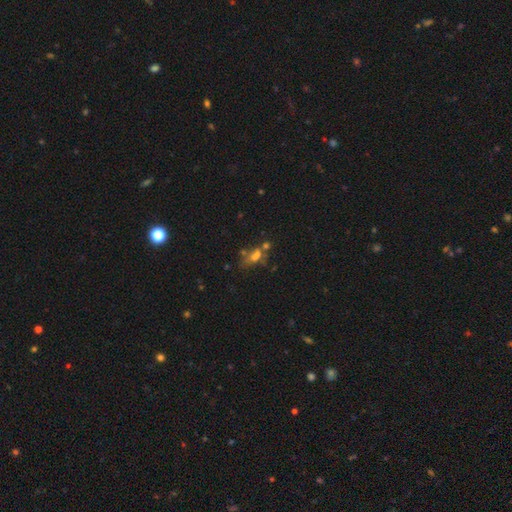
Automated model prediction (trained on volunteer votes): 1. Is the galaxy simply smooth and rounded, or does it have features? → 47% smooth, 28% featured or disk, 25% star or artifact.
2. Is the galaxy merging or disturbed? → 35% none, 33% merger, 16% major disturbance, 16% minor disturbance.